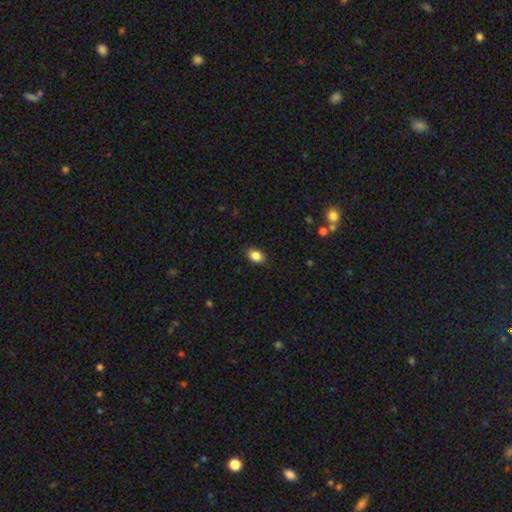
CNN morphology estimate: type=smooth (86%); roundness=in between (79%); merging=none (88%).